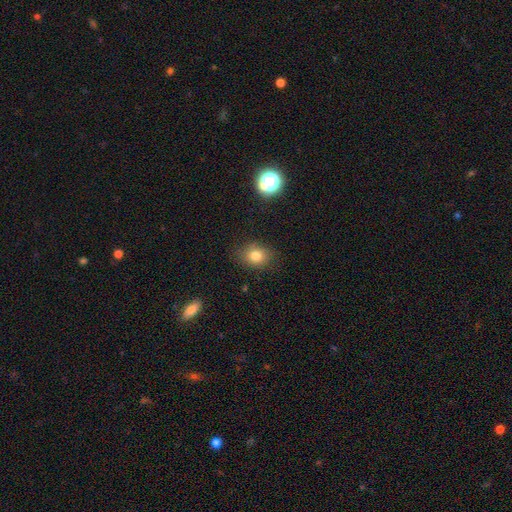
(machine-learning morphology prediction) The model was most divided on "how rounded": round: 56%, in between: 42%, cigar-shaped: 1%. More confident: merging — none (83%); smooth or featured — smooth (79%).